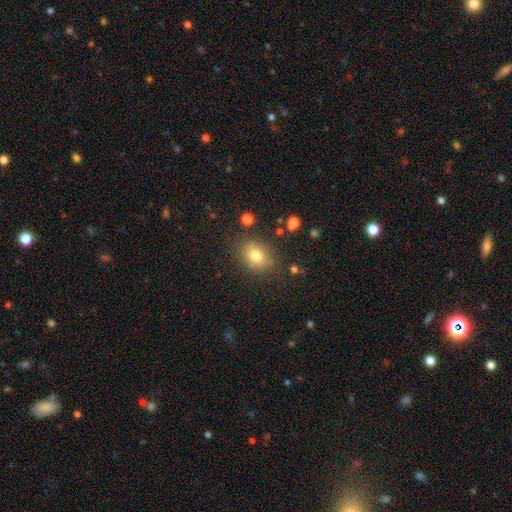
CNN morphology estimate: A smooth galaxy with no disk features (78%) that is in between round and cigar-shaped (57%).

Vote fractions:
- Smooth or featured? smooth: 78% / star or artifact: 11% / featured or disk: 10%
- How rounded? in between: 57% / round: 42% / cigar-shaped: 1%
- Merging? none: 77% / minor disturbance: 15% / major disturbance: 5% / merger: 3%